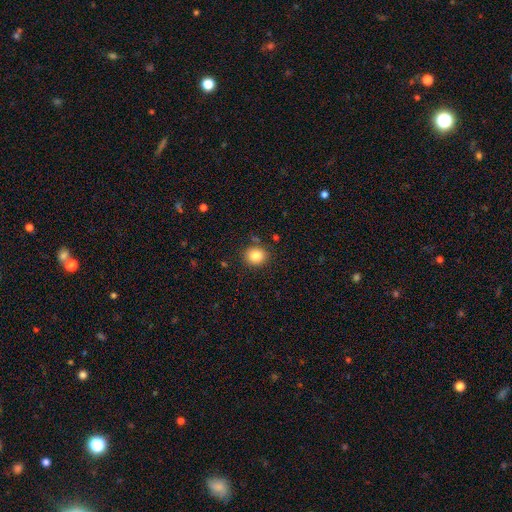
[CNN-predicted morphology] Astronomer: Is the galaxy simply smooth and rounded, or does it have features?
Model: smooth — 84%.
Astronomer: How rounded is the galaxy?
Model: round — 79%.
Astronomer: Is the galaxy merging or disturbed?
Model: none — 85%.